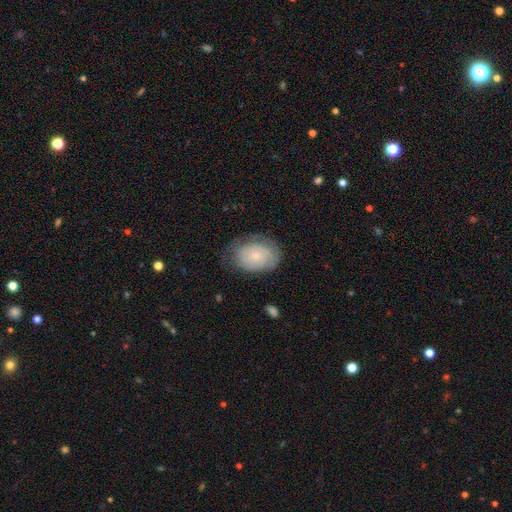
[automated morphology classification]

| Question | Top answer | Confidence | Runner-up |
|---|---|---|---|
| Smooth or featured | smooth | 61% | featured or disk (32%) |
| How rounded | in between | 72% | round (27%) |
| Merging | none | 61% | minor disturbance (26%) |